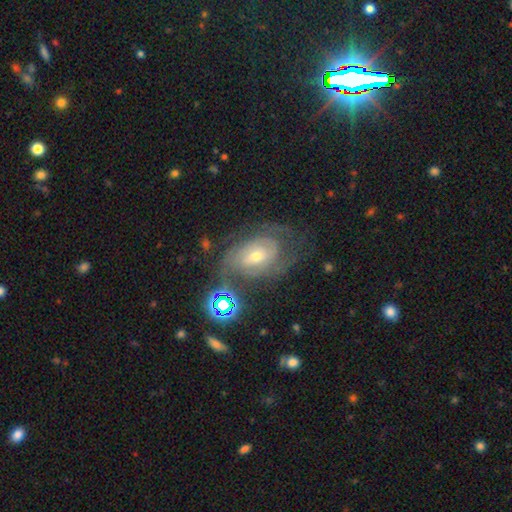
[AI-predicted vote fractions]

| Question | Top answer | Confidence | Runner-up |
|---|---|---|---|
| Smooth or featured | featured or disk | 77% | smooth (13%) |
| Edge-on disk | no | 96% | yes (4%) |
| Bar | no | 48% | weak (40%) |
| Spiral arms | yes | 89% | no (11%) |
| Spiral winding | tight | 58% | medium (33%) |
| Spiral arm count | can't tell | 41% | 2 (33%) |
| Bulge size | small | 52% | moderate (43%) |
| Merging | none | 59% | minor disturbance (20%) |